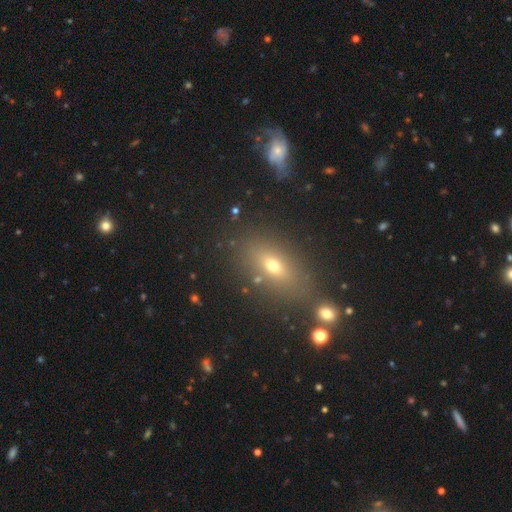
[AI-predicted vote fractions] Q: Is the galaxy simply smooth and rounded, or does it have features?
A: smooth — 54%.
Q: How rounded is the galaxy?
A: in between — 73%.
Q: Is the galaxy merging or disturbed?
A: none — 78%.